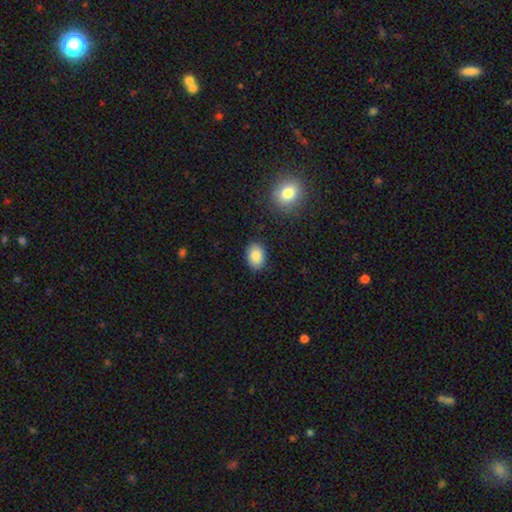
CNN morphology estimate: A smooth galaxy with no disk features (86%) that is in between round and cigar-shaped (81%).

Vote fractions:
- Smooth or featured? smooth: 86% / star or artifact: 8% / featured or disk: 6%
- How rounded? in between: 81% / round: 18% / cigar-shaped: 1%
- Merging? none: 86% / minor disturbance: 10% / major disturbance: 2% / merger: 2%